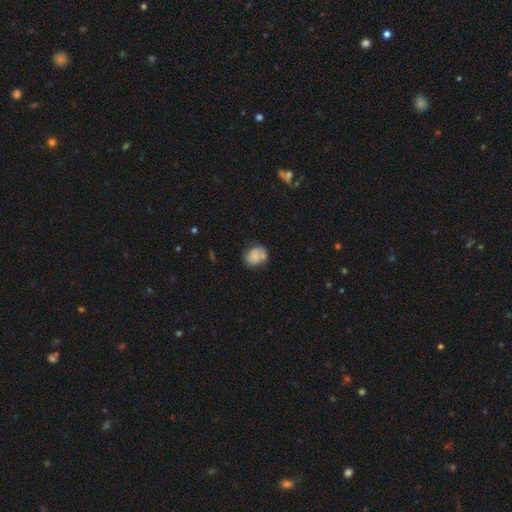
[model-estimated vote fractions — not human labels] The model was most divided on "how rounded": round: 55%, in between: 44%, cigar-shaped: 1%. More confident: smooth or featured — smooth (73%); merging — none (54%).